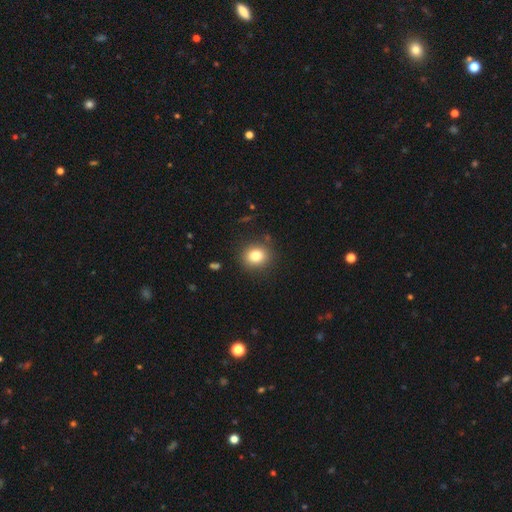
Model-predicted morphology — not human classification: This is clearly a smooth galaxy (81%). How rounded: likely round (77%). Merging: clearly none (87%).